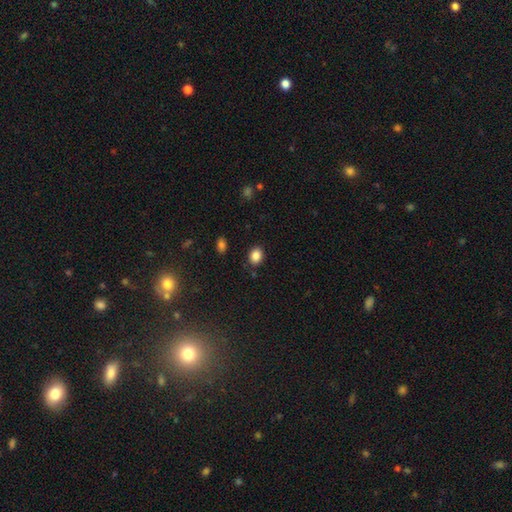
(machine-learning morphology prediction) type=smooth (86%); roundness=in between (52%); merging=none (85%).